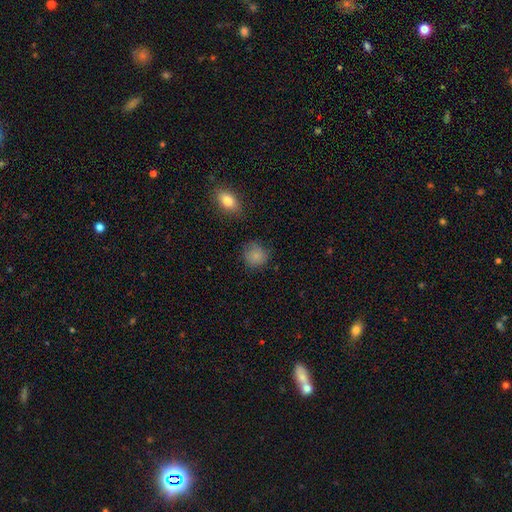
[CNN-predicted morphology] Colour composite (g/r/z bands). It shows a smooth galaxy with no disk features (85%) that is round (86%). Merging: none (79%).